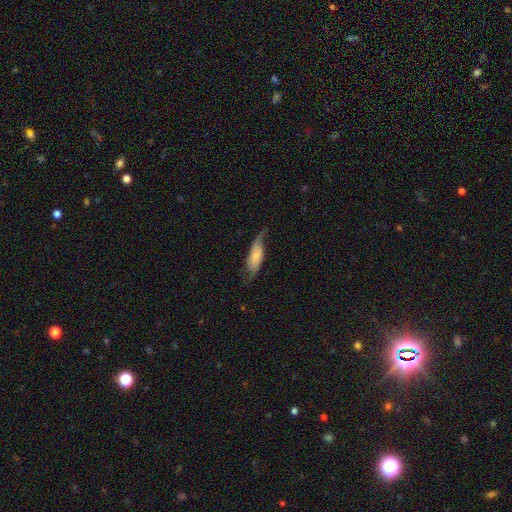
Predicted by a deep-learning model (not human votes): Morphology: type=smooth (48%); merging=none (50%).